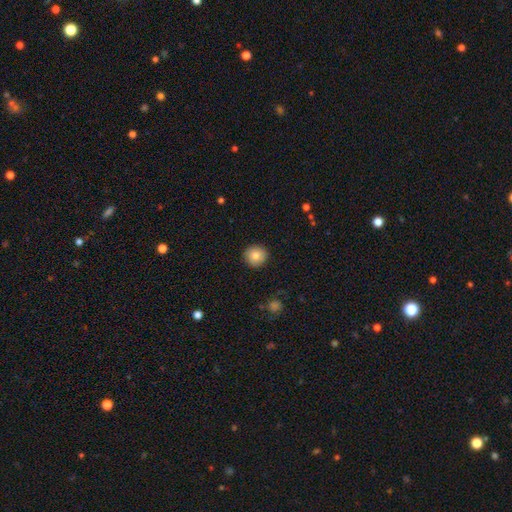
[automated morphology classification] This appears to be a smooth galaxy with no disk features (83%) that is round (94%). Merging: none (91%).